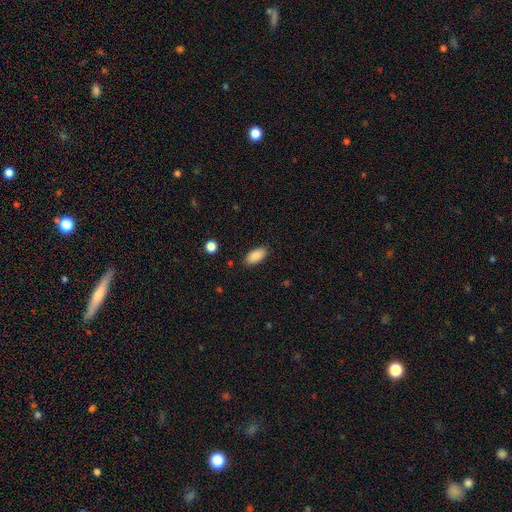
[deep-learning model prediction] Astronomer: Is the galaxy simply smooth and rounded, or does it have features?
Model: smooth — 88%.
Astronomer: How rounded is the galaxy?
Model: in between — 93%.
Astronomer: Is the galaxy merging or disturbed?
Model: none — 87%.